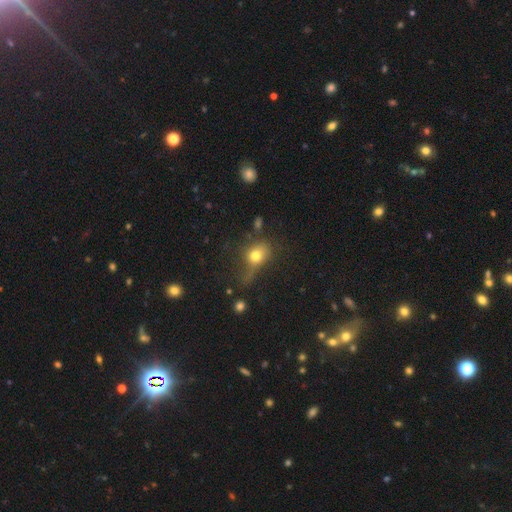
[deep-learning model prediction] Smooth or featured?
  - smooth: 72% *
  - featured or disk: 16%
  - star or artifact: 13%
How rounded?
  - in between: 50% *
  - round: 48%
  - cigar-shaped: 3%
Merging?
  - none: 36% *
  - major disturbance: 33%
  - minor disturbance: 25%
  - merger: 6%